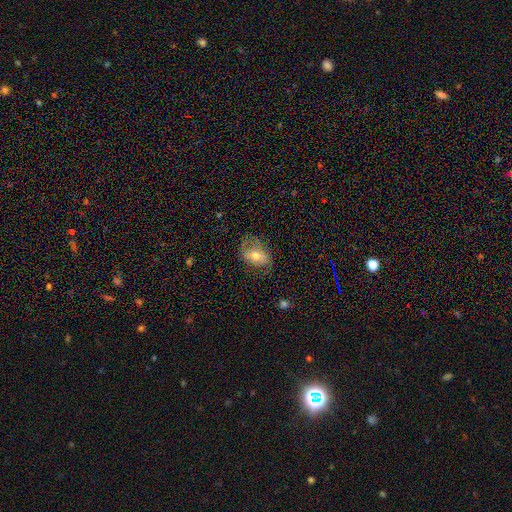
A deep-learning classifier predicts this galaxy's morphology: Smooth or featured? smooth (54%)
How rounded? in between (81%)
Merging? none (58%)